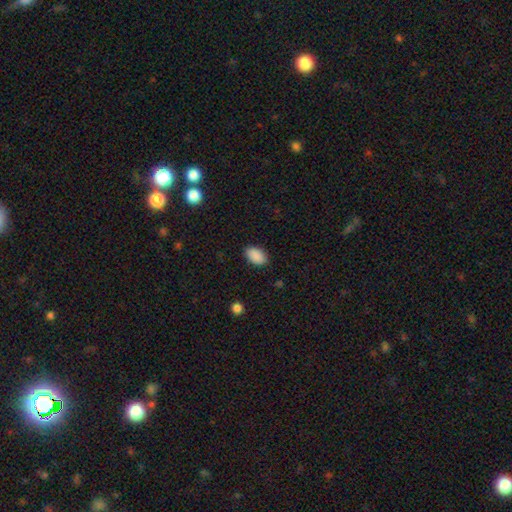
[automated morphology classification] Smooth or featured? smooth (90%)
How rounded? in between (92%)
Merging? none (87%)